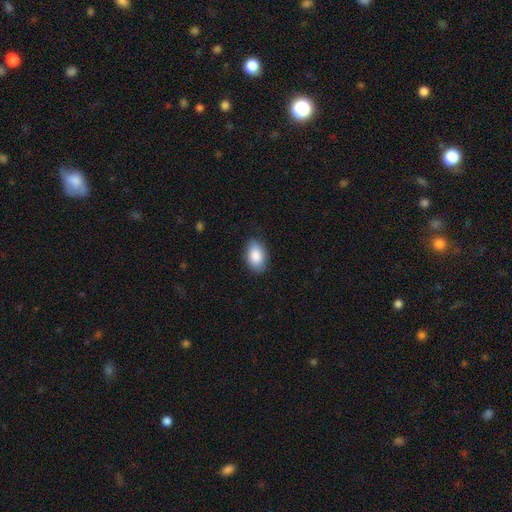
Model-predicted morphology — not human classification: This is clearly a smooth galaxy (87%). How rounded: clearly in between (92%). Merging: clearly none (82%).